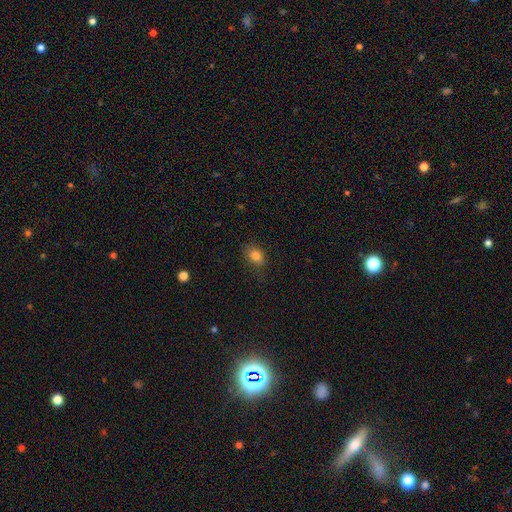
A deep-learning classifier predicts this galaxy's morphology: A smooth galaxy with no disk features (82%) that is in between round and cigar-shaped (70%).

Vote fractions:
- Smooth or featured? smooth: 82% / star or artifact: 11% / featured or disk: 7%
- How rounded? in between: 70% / round: 29% / cigar-shaped: 1%
- Merging? none: 78% / minor disturbance: 16% / major disturbance: 4% / merger: 1%